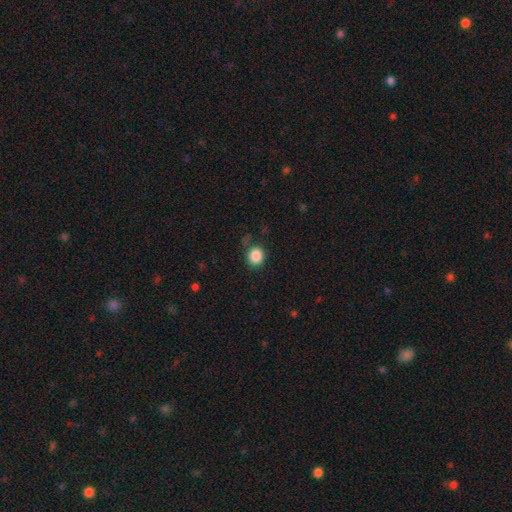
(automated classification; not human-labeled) Smooth or featured? smooth (87%)
How rounded? round (86%)
Merging? none (80%)